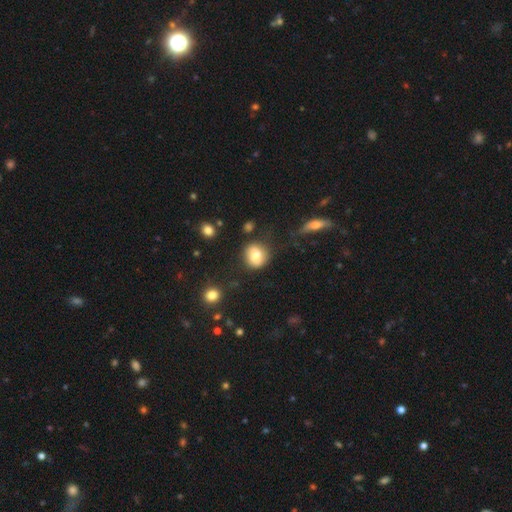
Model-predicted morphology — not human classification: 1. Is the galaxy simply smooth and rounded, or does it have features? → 74% smooth, 17% featured or disk, 10% star or artifact.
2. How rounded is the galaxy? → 74% round, 25% in between, 1% cigar-shaped.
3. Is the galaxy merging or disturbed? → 68% none, 19% minor disturbance, 7% major disturbance, 6% merger.